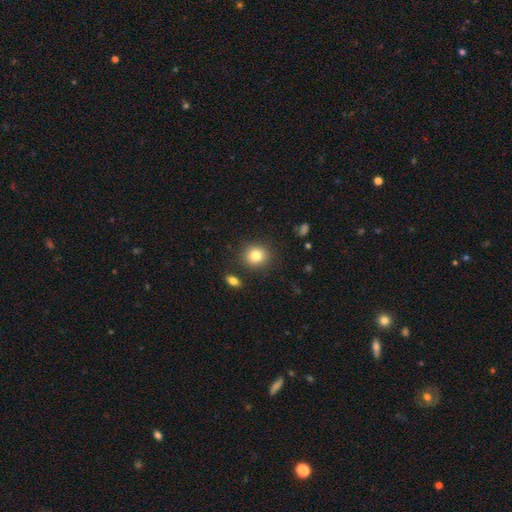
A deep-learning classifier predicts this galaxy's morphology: smooth-or-featured: smooth: 82% | star or artifact: 10% | featured or disk: 8%
  how-rounded: round: 85% | in between: 15% | cigar-shaped: 1%
  merging: none: 87% | minor disturbance: 8% | merger: 3% | major disturbance: 2%